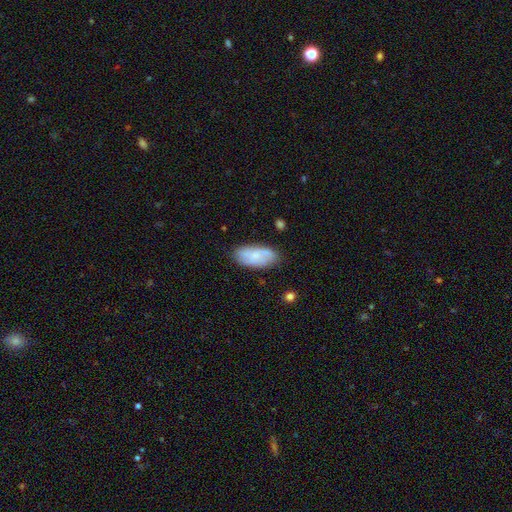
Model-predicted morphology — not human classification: smooth_or_featured: smooth (p=0.63) [alt: featured or disk p=0.30]
how_rounded: in between (p=0.91) [alt: cigar-shaped p=0.06]
merging: none (p=0.73) [alt: minor disturbance p=0.19]